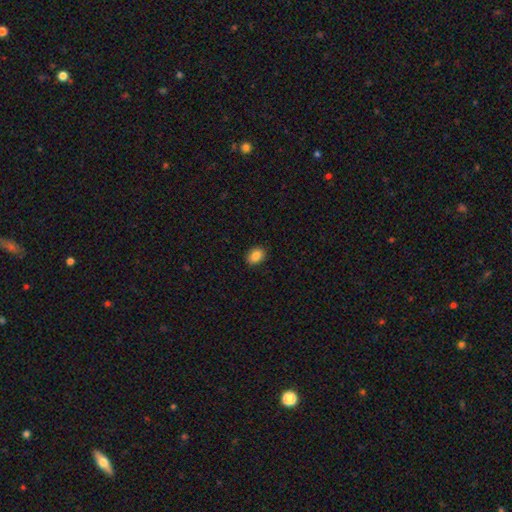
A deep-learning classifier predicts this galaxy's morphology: Smooth or featured?
  - smooth: 87% *
  - star or artifact: 8%
  - featured or disk: 5%
How rounded?
  - in between: 72% *
  - round: 26%
  - cigar-shaped: 1%
Merging?
  - none: 89% *
  - minor disturbance: 8%
  - major disturbance: 2%
  - merger: 1%